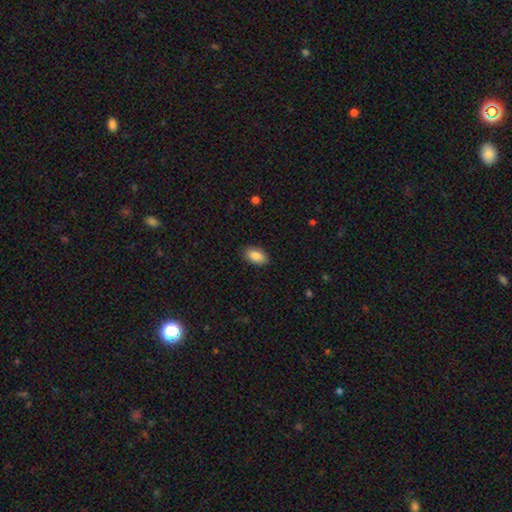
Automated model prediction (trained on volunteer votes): Morphology: type=smooth (87%); roundness=in between (92%); merging=none (88%).